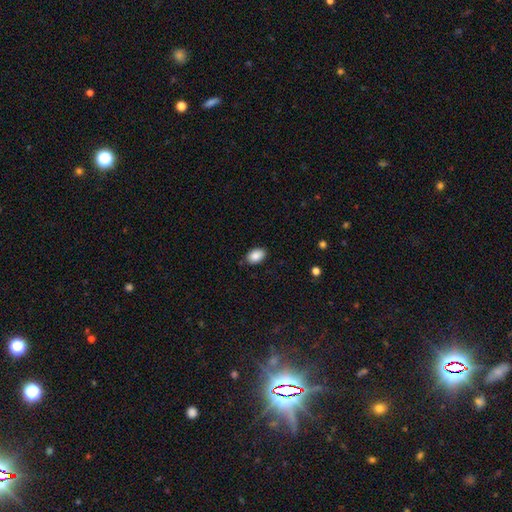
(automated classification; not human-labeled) Overall: smooth (88%). How rounded: in between (89%). Merging: none (85%).